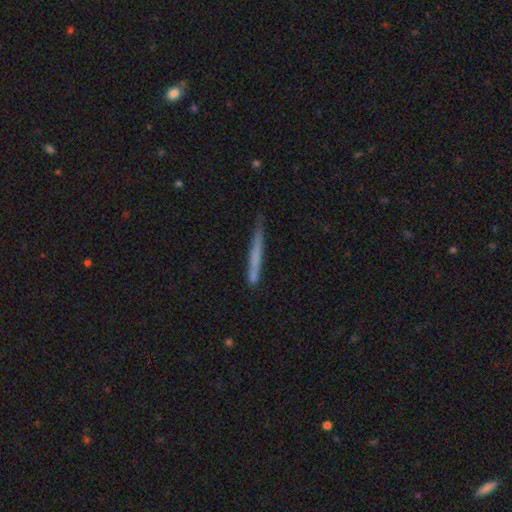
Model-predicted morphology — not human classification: This is likely a smooth galaxy (62%). How rounded: clearly cigar-shaped (97%). Merging: likely none (76%).